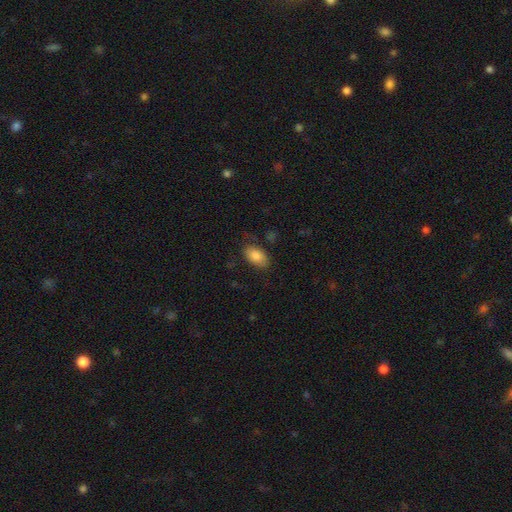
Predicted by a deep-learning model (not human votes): smooth_or_featured: smooth (p=0.83) [alt: featured or disk p=0.09]
how_rounded: in between (p=0.92) [alt: round p=0.06]
merging: none (p=0.73) [alt: minor disturbance p=0.19]